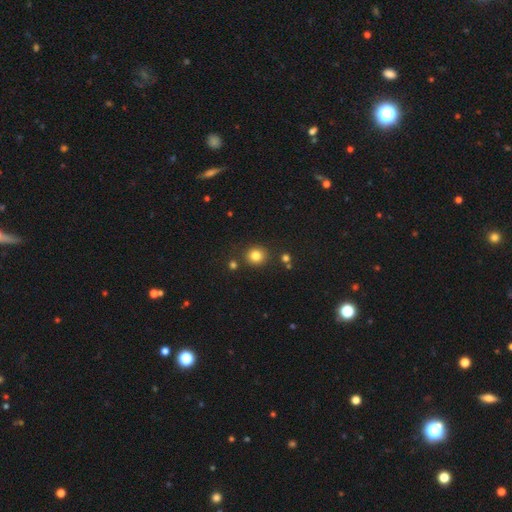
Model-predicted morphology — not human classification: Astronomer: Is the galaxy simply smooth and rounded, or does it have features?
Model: smooth — 82%.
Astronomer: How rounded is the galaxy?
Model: round — 87%.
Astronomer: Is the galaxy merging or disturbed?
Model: none — 85%.